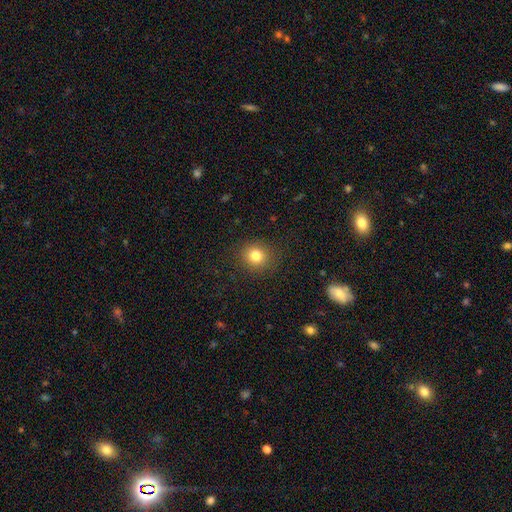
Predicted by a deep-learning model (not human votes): A smooth galaxy with no disk features (81%) that is round (85%).

Vote fractions:
- Smooth or featured? smooth: 81% / star or artifact: 12% / featured or disk: 7%
- How rounded? round: 85% / in between: 14% / cigar-shaped: 1%
- Merging? none: 89% / minor disturbance: 7% / major disturbance: 3% / merger: 1%